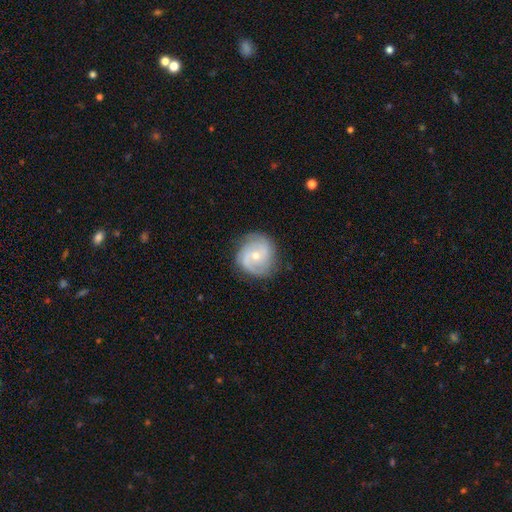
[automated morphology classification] type=featured or disk (75%); edge-on=no (98%); bar=no (62%); spiral arms=yes (93%); winding=medium (45%); arm count=2 (61%); bulge=small (56%); merging=none (79%).